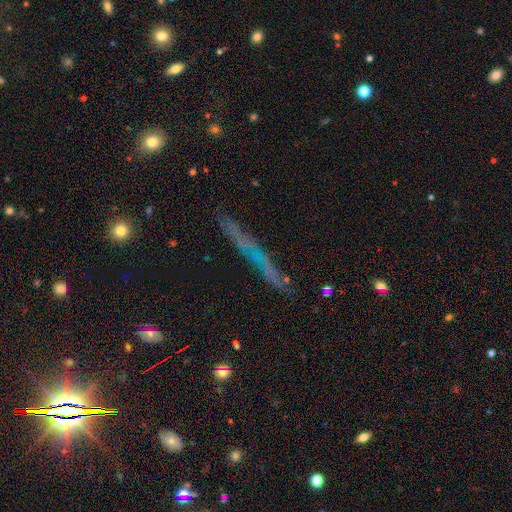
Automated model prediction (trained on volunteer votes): This appears to be a featured or disk galaxy (43%). Merging: none (77%).